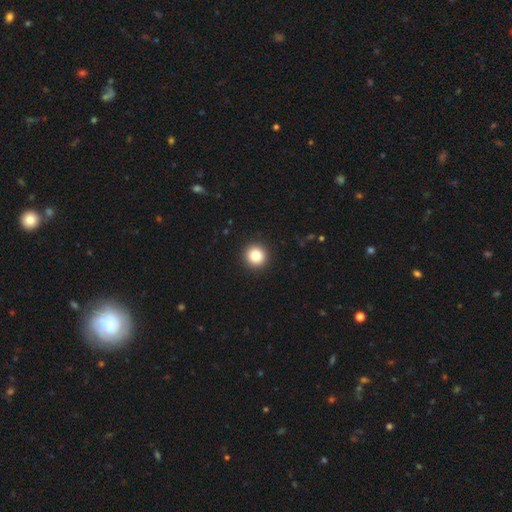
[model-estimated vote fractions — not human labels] This appears to be a smooth galaxy with no disk features (83%) that is round (95%). Merging: none (93%).